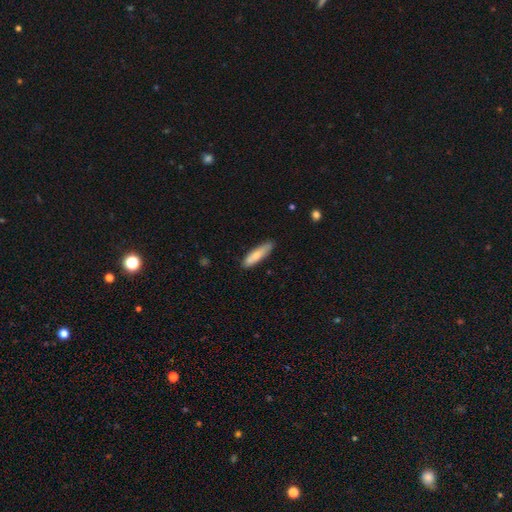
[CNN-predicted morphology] This is likely a smooth galaxy (72%). How rounded: likely cigar-shaped (71%). Merging: clearly none (84%).